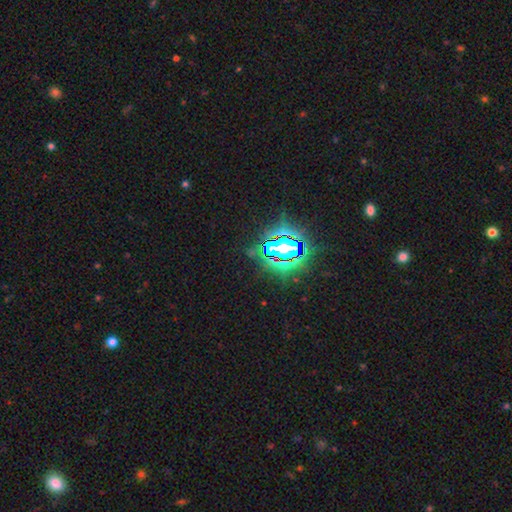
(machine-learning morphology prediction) smooth_or_featured: star or artifact (p=0.84) [alt: smooth p=0.10]